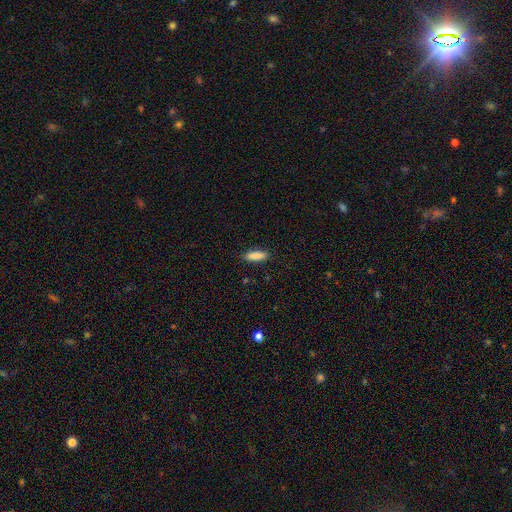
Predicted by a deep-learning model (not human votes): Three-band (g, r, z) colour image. It shows a smooth galaxy with no disk features (88%) that is in between round and cigar-shaped (53%). Merging: none (89%).